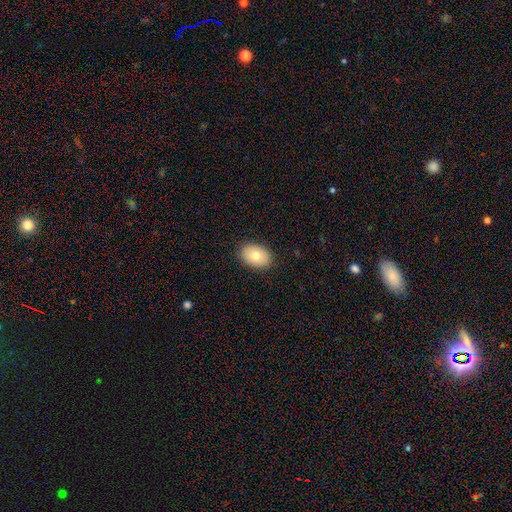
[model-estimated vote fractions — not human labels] This appears to be a smooth galaxy with no disk features (79%) that is in between round and cigar-shaped (79%). Merging: none (89%).